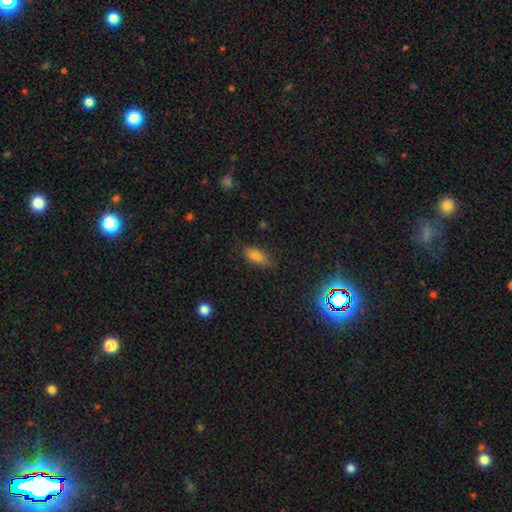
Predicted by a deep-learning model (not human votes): A smooth galaxy with no disk features (79%) that is in between round and cigar-shaped (85%). Merging: none (80%).